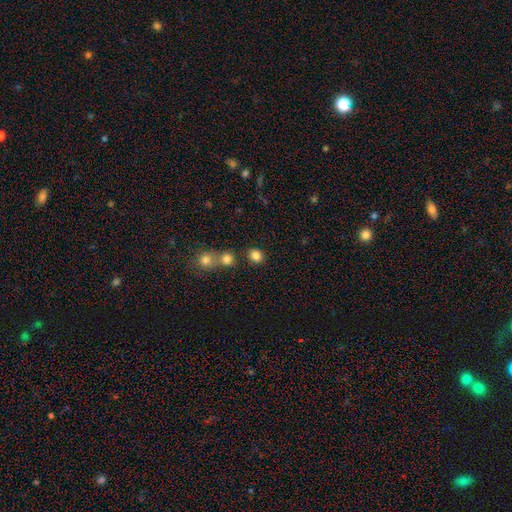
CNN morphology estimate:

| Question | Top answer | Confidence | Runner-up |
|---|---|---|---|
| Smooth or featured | smooth | 83% | star or artifact (12%) |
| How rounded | round | 68% | in between (31%) |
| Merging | none | 76% | merger (13%) |